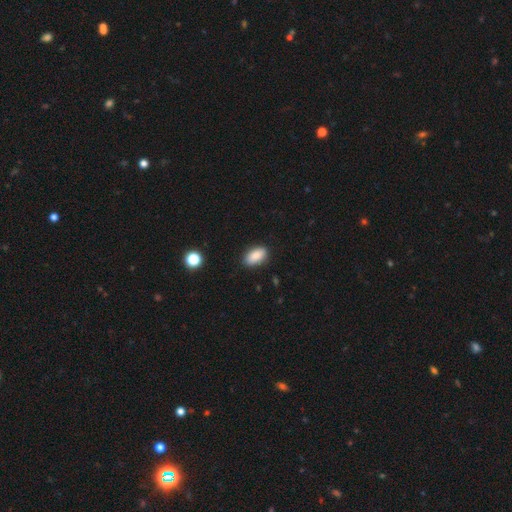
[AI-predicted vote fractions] smooth-or-featured: smooth: 88% | star or artifact: 8% | featured or disk: 4%
  how-rounded: in between: 92% | round: 4% | cigar-shaped: 3%
  merging: none: 87% | minor disturbance: 9% | major disturbance: 2% | merger: 1%